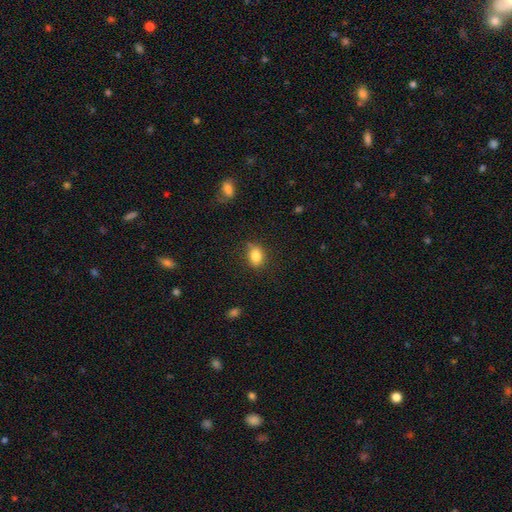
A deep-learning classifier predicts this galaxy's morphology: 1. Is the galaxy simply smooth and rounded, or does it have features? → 84% smooth, 9% star or artifact, 6% featured or disk.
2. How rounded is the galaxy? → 69% in between, 29% round, 1% cigar-shaped.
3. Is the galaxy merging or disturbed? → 74% none, 19% minor disturbance, 5% major disturbance, 2% merger.